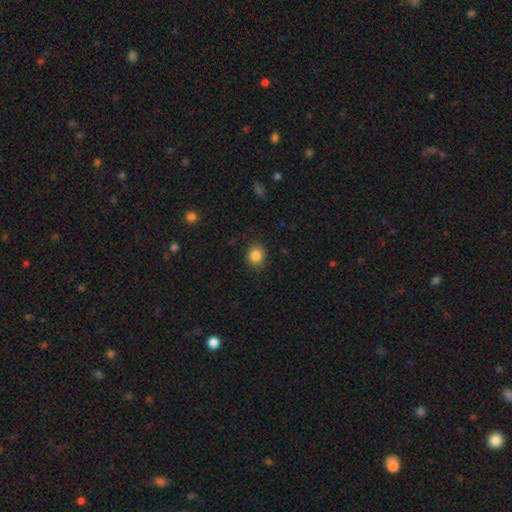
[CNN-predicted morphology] This appears to be a smooth galaxy with no disk features (85%) that is round (73%). Merging: none (87%).